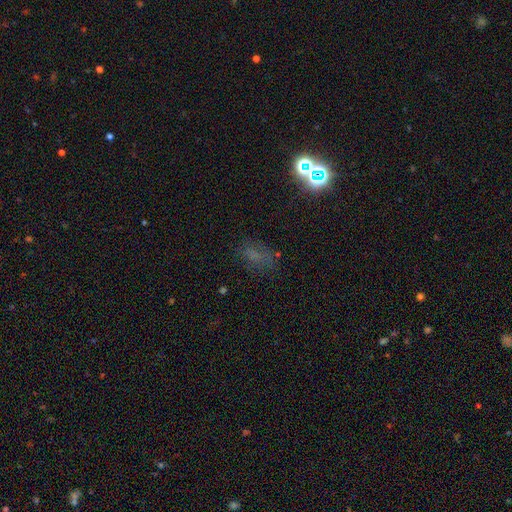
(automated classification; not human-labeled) Morphology: type=smooth (46%); merging=none (62%).